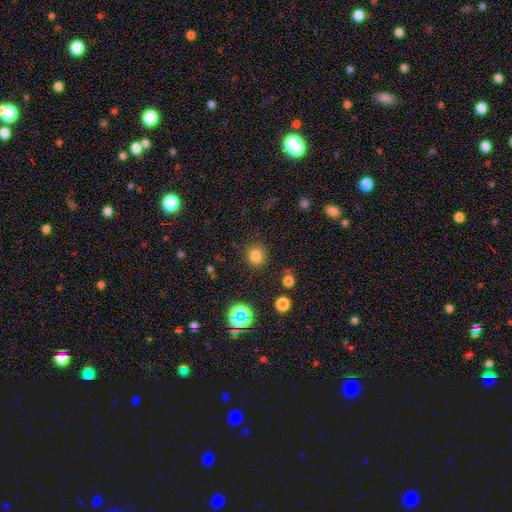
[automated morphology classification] type=smooth (80%); roundness=round (92%); merging=none (88%).